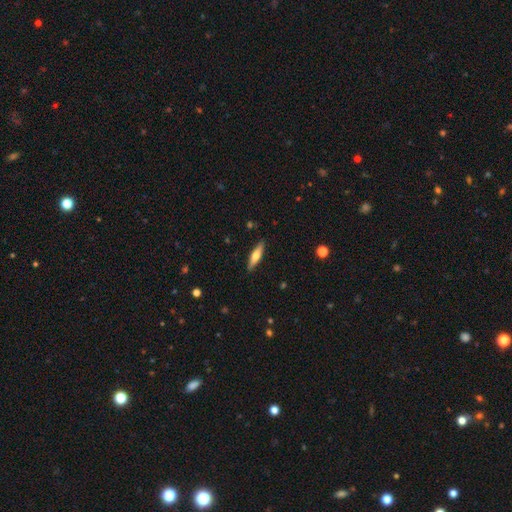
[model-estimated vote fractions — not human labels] smooth 50%, featured or disk 44%, star or artifact 6%. Down the decision tree: how rounded — cigar-shaped (76%); merging — none (90%).